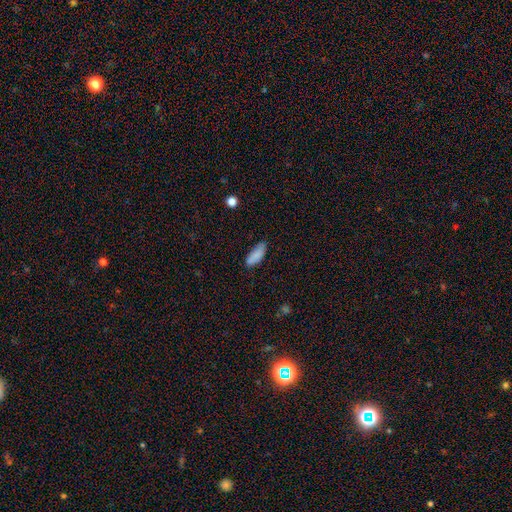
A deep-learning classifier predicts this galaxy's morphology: Smooth or featured: smooth — 83% (featured or disk — 9%)
How rounded: in between — 72% (cigar-shaped — 26%)
Merging: none — 70% (minor disturbance — 23%)